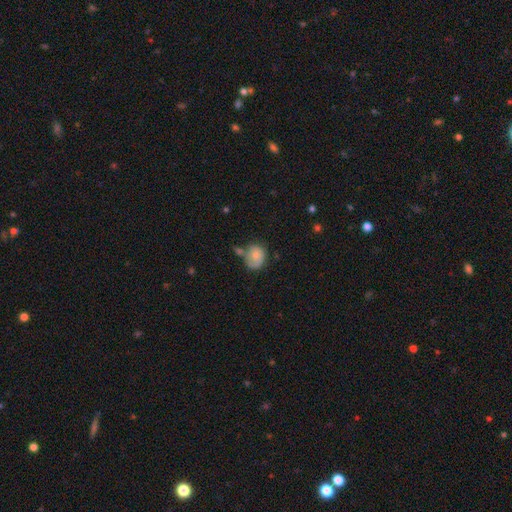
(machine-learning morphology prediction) The model was most divided on "merging": none: 47%, minor disturbance: 26%, merger: 16%, major disturbance: 12%. More confident: smooth or featured — smooth (70%); how rounded — round (63%).